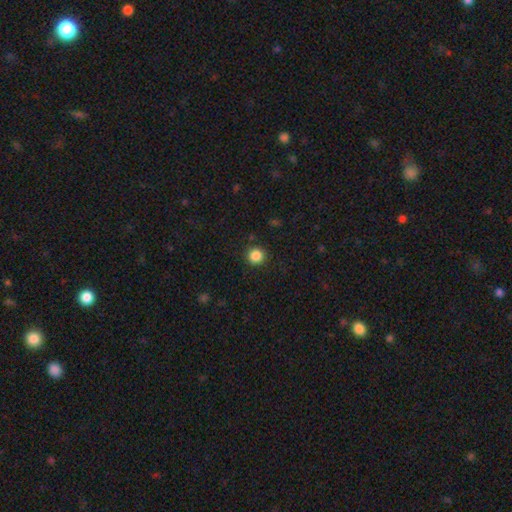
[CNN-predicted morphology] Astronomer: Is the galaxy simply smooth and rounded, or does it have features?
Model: smooth — 86%.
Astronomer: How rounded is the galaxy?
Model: round — 95%.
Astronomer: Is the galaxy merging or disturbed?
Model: none — 92%.